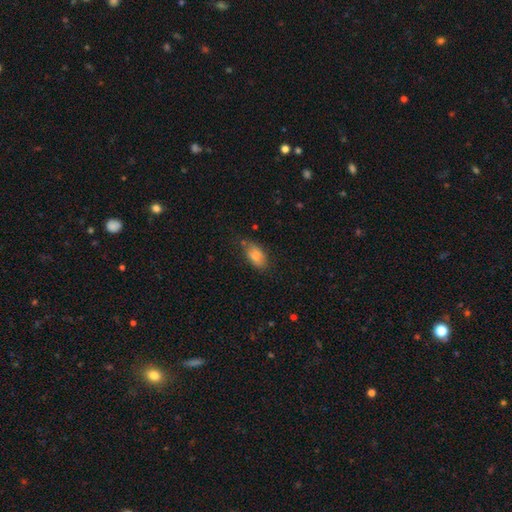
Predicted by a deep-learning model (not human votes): Morphology: type=smooth (80%); roundness=in between (90%); merging=none (66%).